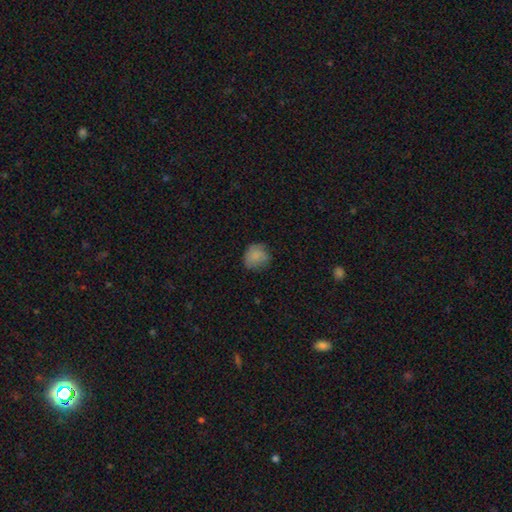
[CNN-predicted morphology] type=smooth (83%); roundness=round (82%); merging=none (73%).